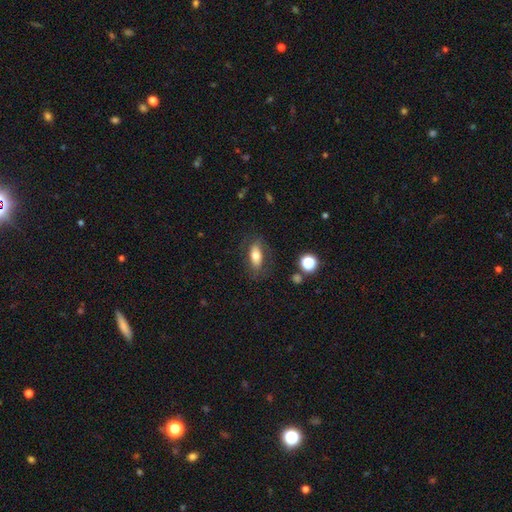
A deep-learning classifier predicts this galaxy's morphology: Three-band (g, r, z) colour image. It shows a smooth galaxy with no disk features (67%) that is in between round and cigar-shaped (76%). Merging: none (76%).